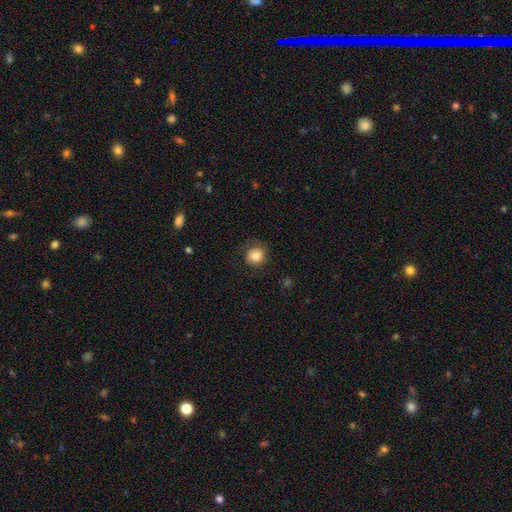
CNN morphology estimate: smooth 81%, featured or disk 10%, star or artifact 9%. Down the decision tree: how rounded — round (83%); merging — none (74%).